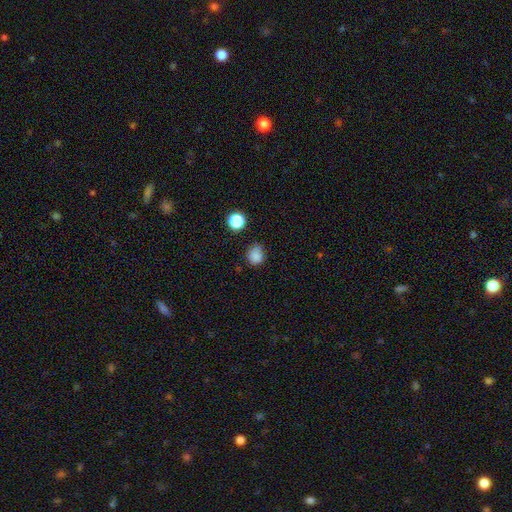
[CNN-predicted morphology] Overall: smooth (82%). How rounded: round (71%). Merging: none (64%; minor disturbance 27%).